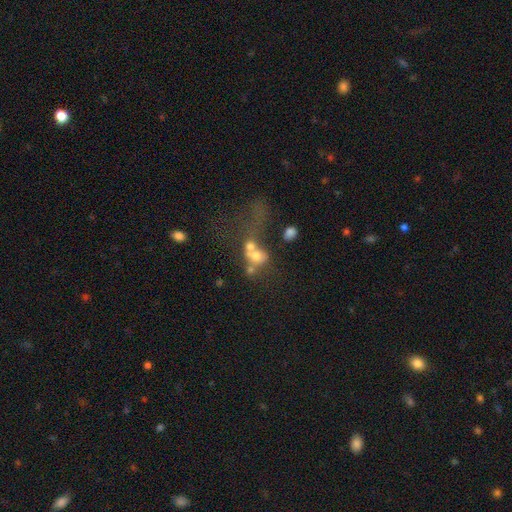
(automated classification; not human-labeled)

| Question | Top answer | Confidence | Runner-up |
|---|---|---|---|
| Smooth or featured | smooth | 57% | featured or disk (28%) |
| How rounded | round | 62% | in between (36%) |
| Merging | merger | 58% | none (18%) |